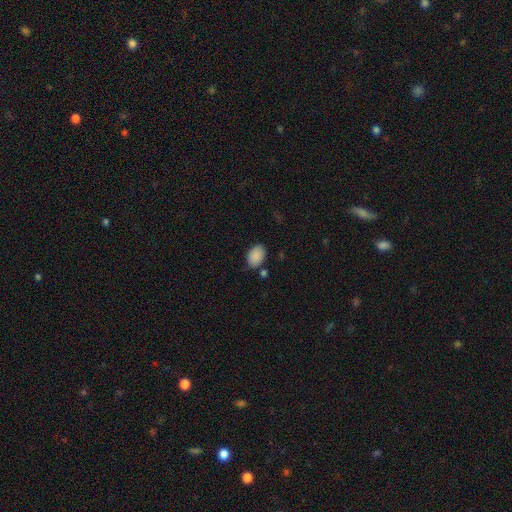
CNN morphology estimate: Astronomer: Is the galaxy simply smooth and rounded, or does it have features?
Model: smooth — 89%.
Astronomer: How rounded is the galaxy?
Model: in between — 84%.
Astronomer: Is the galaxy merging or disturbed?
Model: none — 79%.